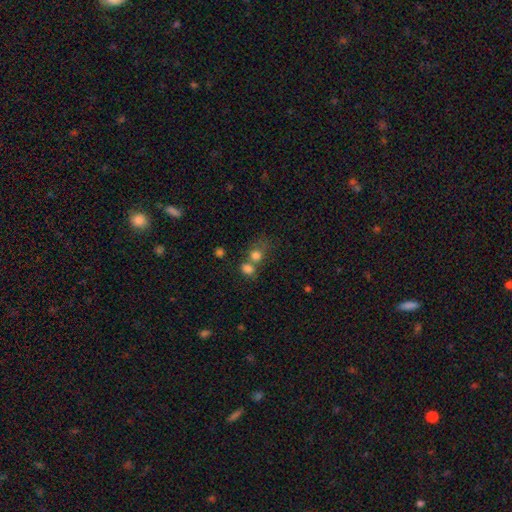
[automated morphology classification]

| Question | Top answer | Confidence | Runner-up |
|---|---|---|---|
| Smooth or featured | smooth | 77% | star or artifact (13%) |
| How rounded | round | 61% | in between (38%) |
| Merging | merger | 47% | none (36%) |